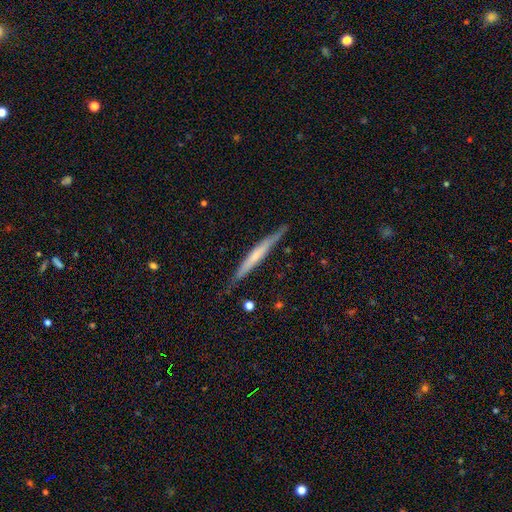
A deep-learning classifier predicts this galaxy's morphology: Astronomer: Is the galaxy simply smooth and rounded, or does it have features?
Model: featured or disk — 55% (runner-up: smooth, 39%).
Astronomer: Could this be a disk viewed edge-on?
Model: yes — 96%.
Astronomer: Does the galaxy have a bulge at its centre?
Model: none — 62%.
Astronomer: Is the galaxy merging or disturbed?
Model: none — 82%.